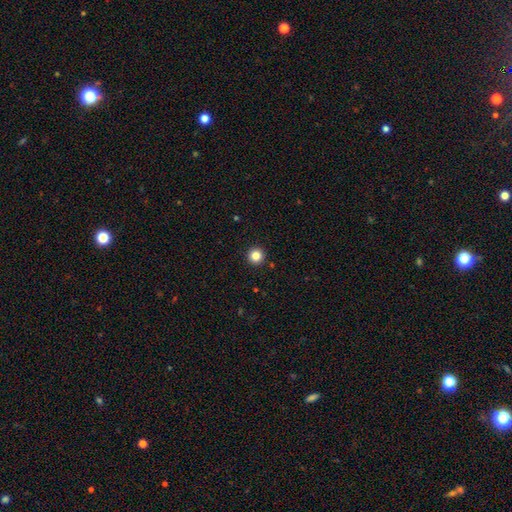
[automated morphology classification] This appears to be a smooth galaxy with no disk features (84%) that is round (96%). Merging: none (94%).